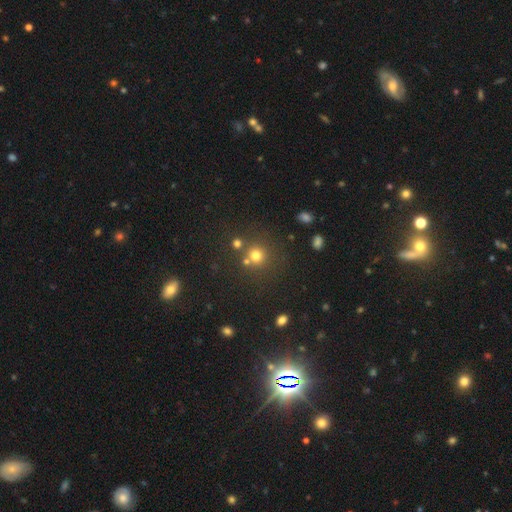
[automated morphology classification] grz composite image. It shows a smooth galaxy with no disk features (72%) that is round (92%). Merging: none (70%).